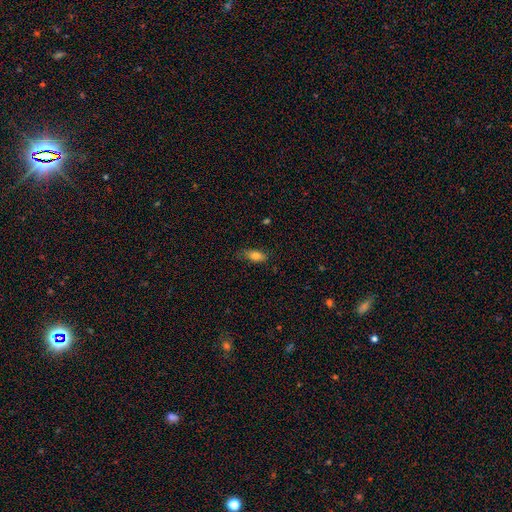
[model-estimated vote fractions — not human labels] smooth 81%, featured or disk 11%, star or artifact 8%. Down the decision tree: how rounded — in between (85%); merging — none (75%).